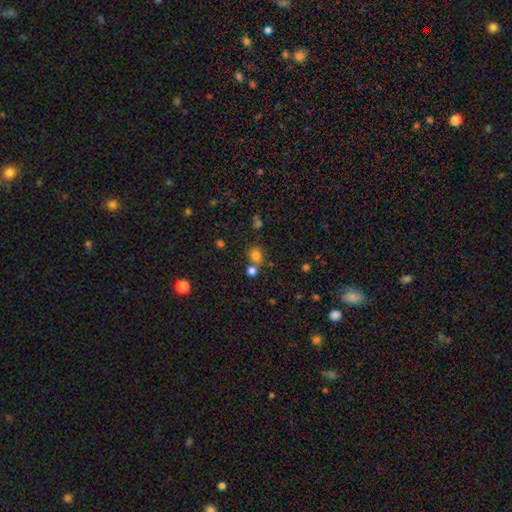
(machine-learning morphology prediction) A smooth galaxy with no disk features (78%) that is round (71%).

Vote fractions:
- Smooth or featured? smooth: 78% / star or artifact: 16% / featured or disk: 7%
- How rounded? round: 71% / in between: 28% / cigar-shaped: 1%
- Merging? none: 61% / merger: 26% / minor disturbance: 9% / major disturbance: 3%